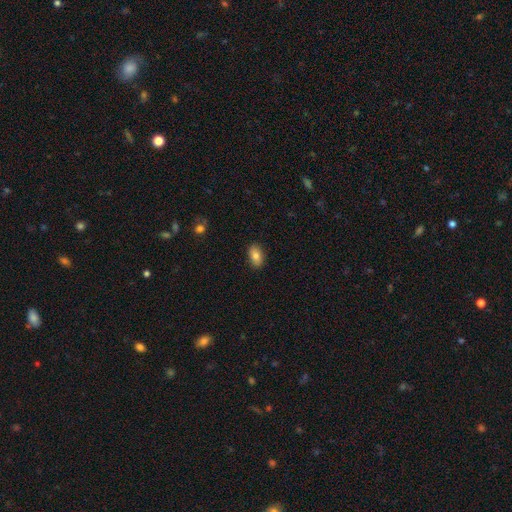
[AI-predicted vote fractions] Overall: smooth (82%). How rounded: in between (91%). Merging: none (88%).